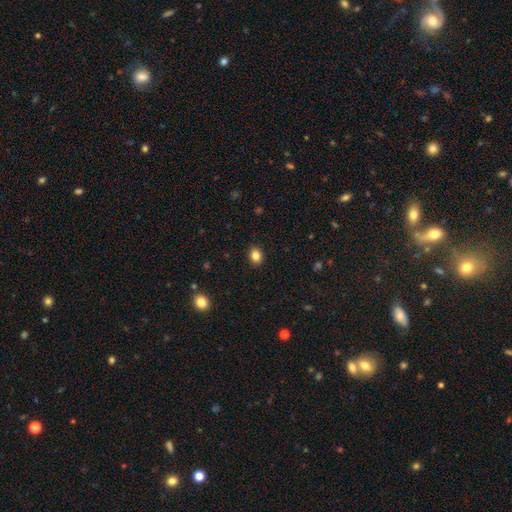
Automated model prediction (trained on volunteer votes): This is clearly a smooth galaxy (84%). How rounded: possibly in between (54%). Merging: clearly none (89%).